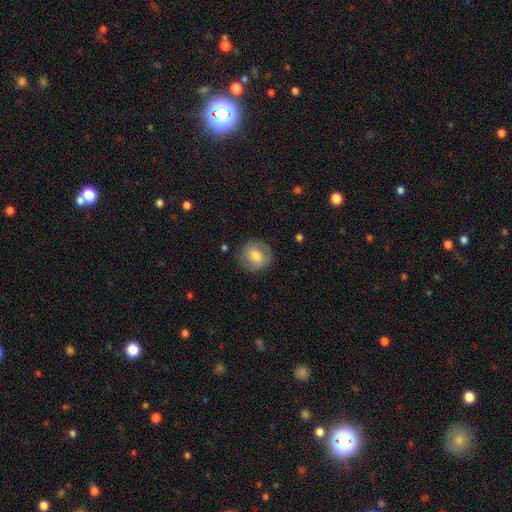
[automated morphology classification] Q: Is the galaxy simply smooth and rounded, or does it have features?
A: smooth — 69%.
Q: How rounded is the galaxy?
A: round — 88%.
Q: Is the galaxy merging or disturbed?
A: none — 83%.